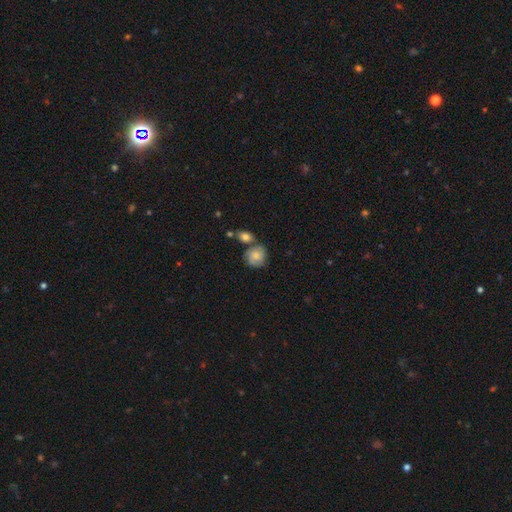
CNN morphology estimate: Q: Smooth or featured?
A: smooth (60%); runner-up: featured or disk (32%)
Q: How rounded?
A: round (75%); runner-up: in between (24%)
Q: Merging?
A: none (51%); runner-up: merger (25%)